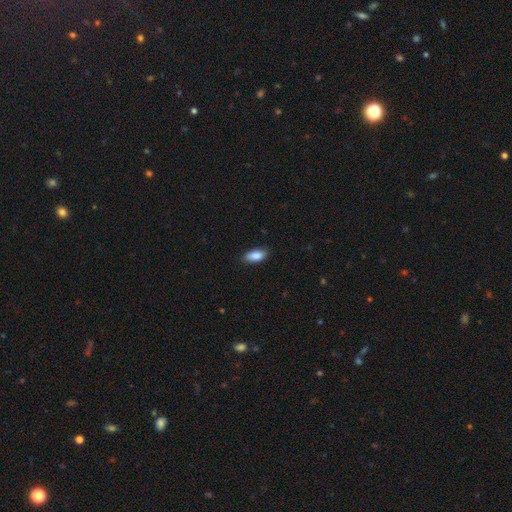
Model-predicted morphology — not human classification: Smooth or featured: smooth — 88% (star or artifact — 7%)
How rounded: in between — 88% (cigar-shaped — 9%)
Merging: none — 85% (minor disturbance — 12%)